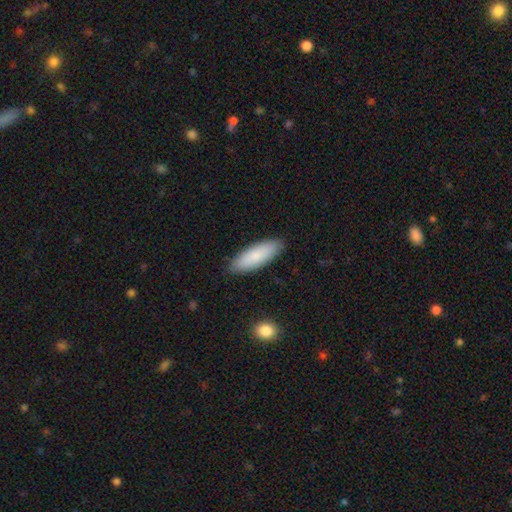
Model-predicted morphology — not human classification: smooth_or_featured: smooth (p=0.83) [alt: featured or disk p=0.11]
how_rounded: in between (p=0.60) [alt: cigar-shaped p=0.39]
merging: none (p=0.88) [alt: minor disturbance p=0.09]